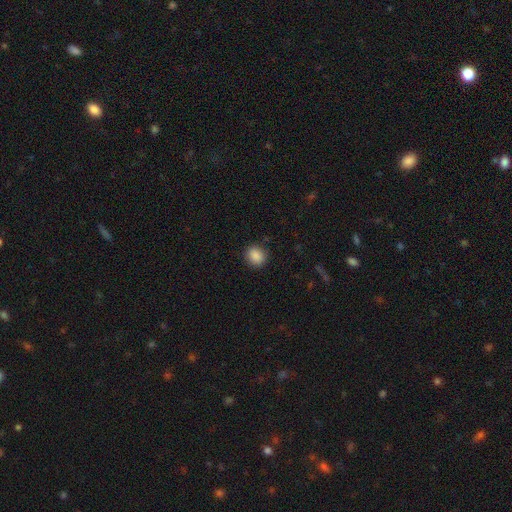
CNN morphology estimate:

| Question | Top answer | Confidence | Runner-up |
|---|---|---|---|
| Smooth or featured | smooth | 88% | star or artifact (9%) |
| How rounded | round | 78% | in between (21%) |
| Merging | none | 89% | minor disturbance (8%) |